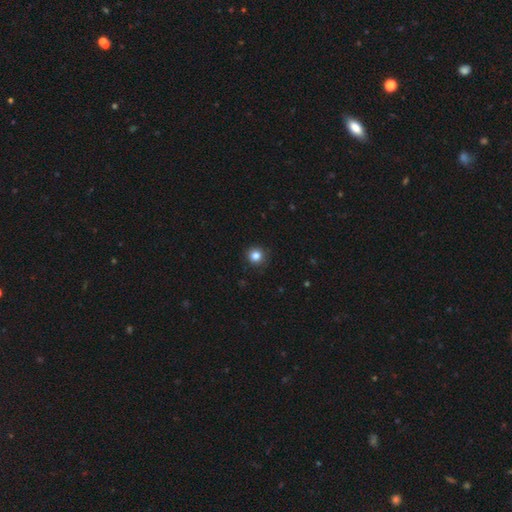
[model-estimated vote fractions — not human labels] This appears to be a smooth galaxy with no disk features (84%) that is round (94%). Merging: none (91%).